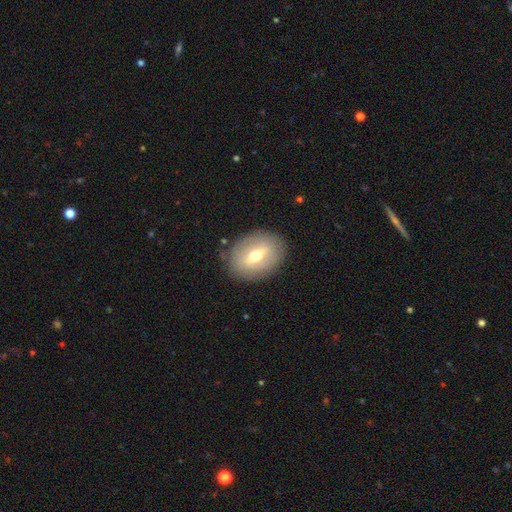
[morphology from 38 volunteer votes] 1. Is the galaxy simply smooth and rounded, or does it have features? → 50% smooth, 45% featured or disk, 5% star or artifact.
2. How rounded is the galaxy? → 53% in between, 42% round, 5% cigar-shaped.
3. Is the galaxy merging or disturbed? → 81% none, 8% minor disturbance, 6% major disturbance, 6% merger.